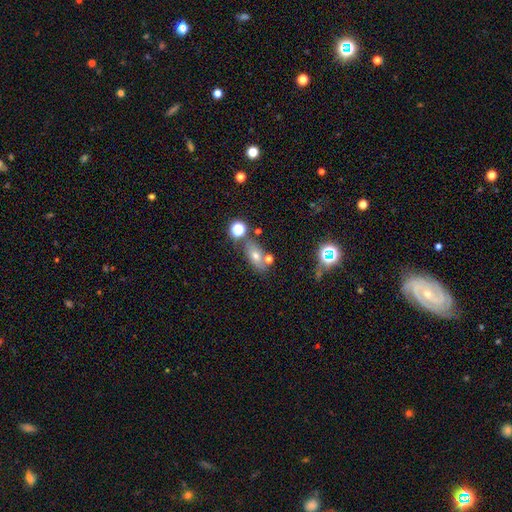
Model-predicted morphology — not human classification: Smooth or featured? smooth (60%)
How rounded? in between (78%)
Merging? none (66%)